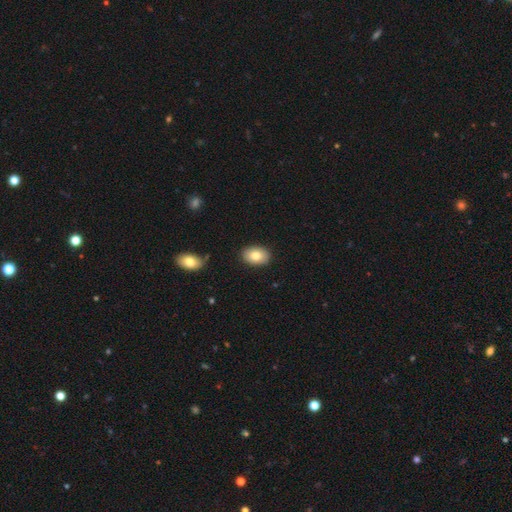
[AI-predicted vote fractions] A smooth galaxy with no disk features (81%) that is in between round and cigar-shaped (85%).

Vote fractions:
- Smooth or featured? smooth: 81% / featured or disk: 12% / star or artifact: 7%
- How rounded? in between: 85% / round: 14% / cigar-shaped: 1%
- Merging? none: 87% / minor disturbance: 9% / major disturbance: 2% / merger: 2%